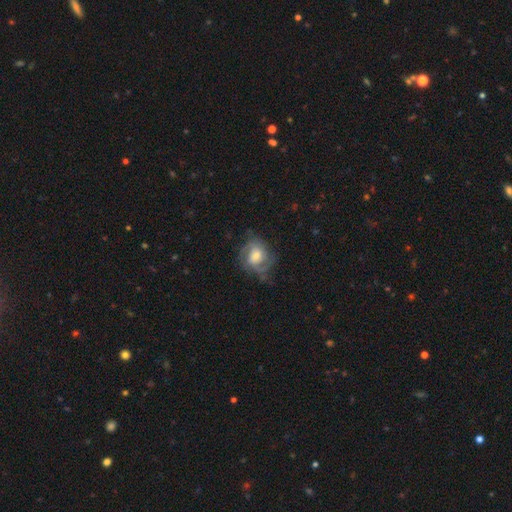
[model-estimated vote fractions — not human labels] The model was most divided on "spiral winding": medium: 44%, tight: 40%, loose: 15%. Remaining: edge-on disk — no (97%); spiral arms — yes (92%); smooth or featured — featured or disk (75%); merging — none (63%); bulge size — moderate (55%); bar — no (52%); spiral arm count — 2 (50%).